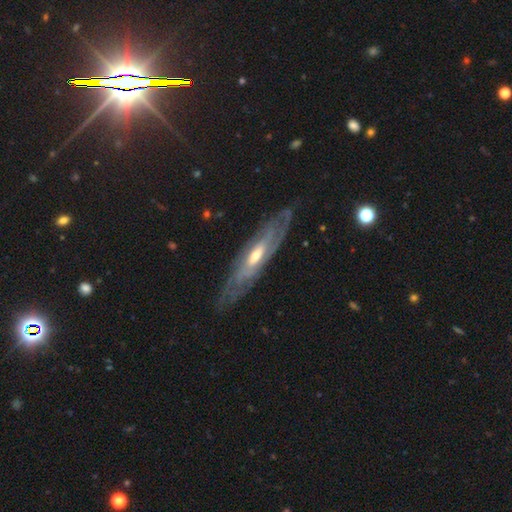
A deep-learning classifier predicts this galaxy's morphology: This is clearly a featured or disk galaxy (81%). It is likely not viewed edge-on (64%). Bar: possibly no (52%). Spiral arm pattern: clearly yes (83%). Central bulge: possibly moderate (58%). Merging: likely none (76%).